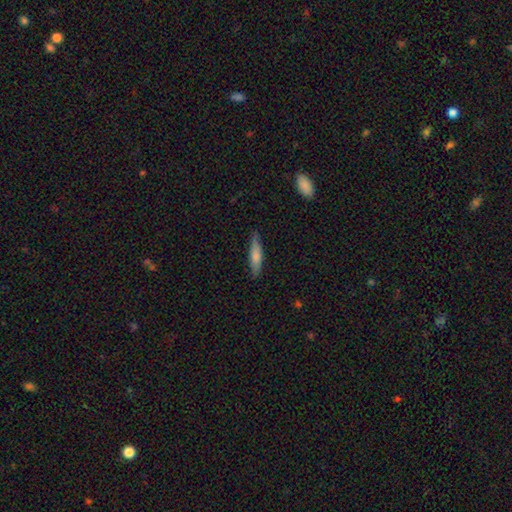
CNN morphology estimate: Smooth or featured? Predicted: smooth (p=0.73). How rounded? Predicted: cigar-shaped (p=0.74). Merging? Predicted: none (p=0.82).